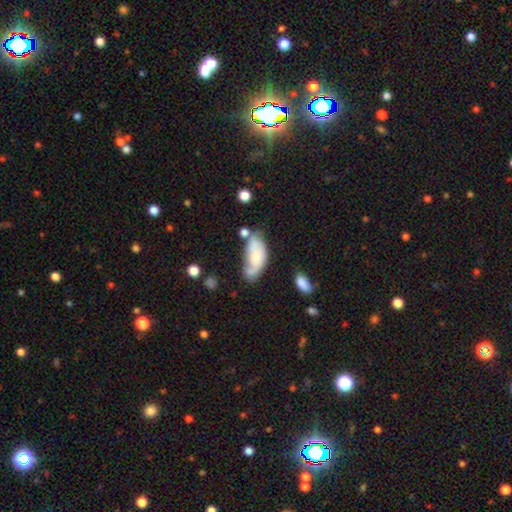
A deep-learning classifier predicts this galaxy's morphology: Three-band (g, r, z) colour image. It shows a smooth galaxy with no disk features (54%) that is in between round and cigar-shaped (87%). Merging: none (36%).